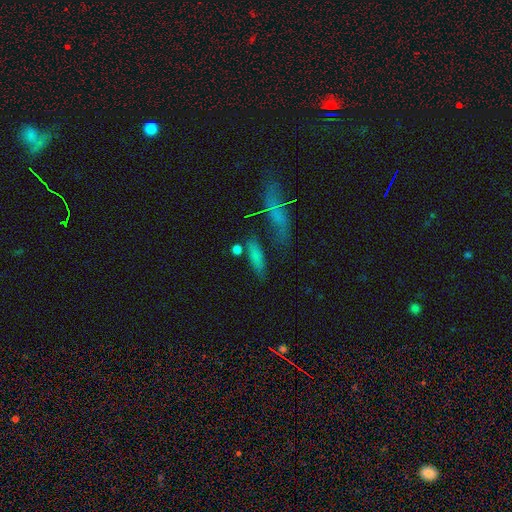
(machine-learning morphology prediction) Q: Smooth or featured?
A: smooth (74%); runner-up: featured or disk (14%)
Q: How rounded?
A: cigar-shaped (58%); runner-up: in between (37%)
Q: Merging?
A: none (66%); runner-up: minor disturbance (16%)